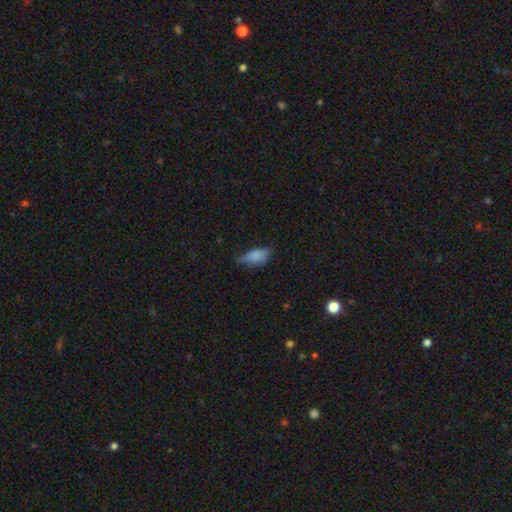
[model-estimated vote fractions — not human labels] smooth_or_featured: smooth (p=0.78) [alt: featured or disk p=0.13]
how_rounded: in between (p=0.85) [alt: cigar-shaped p=0.12]
merging: none (p=0.47) [alt: minor disturbance p=0.39]